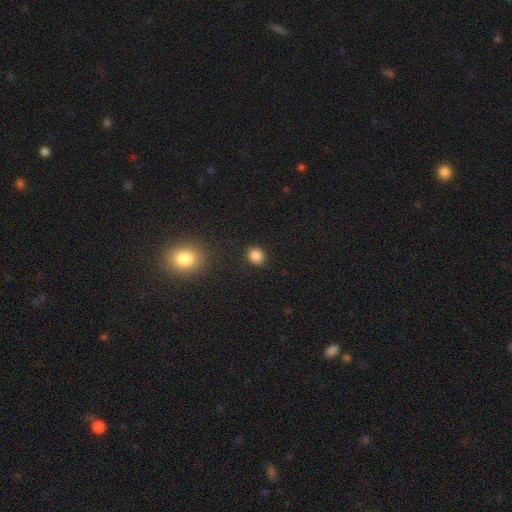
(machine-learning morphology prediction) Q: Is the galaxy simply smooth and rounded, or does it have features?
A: smooth — 86%.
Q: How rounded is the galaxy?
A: round — 71%.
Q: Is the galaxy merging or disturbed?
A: none — 89%.